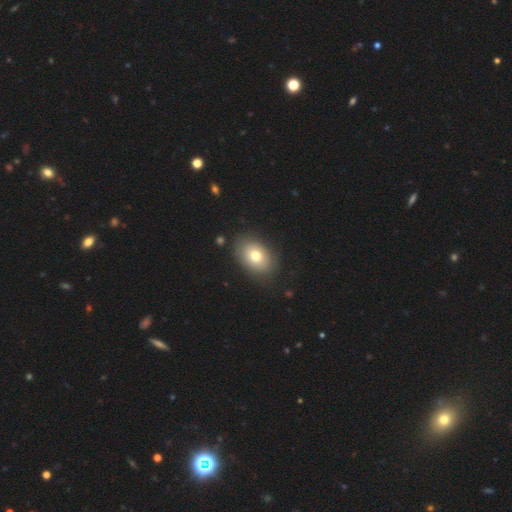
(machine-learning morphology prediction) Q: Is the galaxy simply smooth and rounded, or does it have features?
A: smooth — 73%.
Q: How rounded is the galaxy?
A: in between — 79%.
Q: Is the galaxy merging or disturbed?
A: none — 83%.